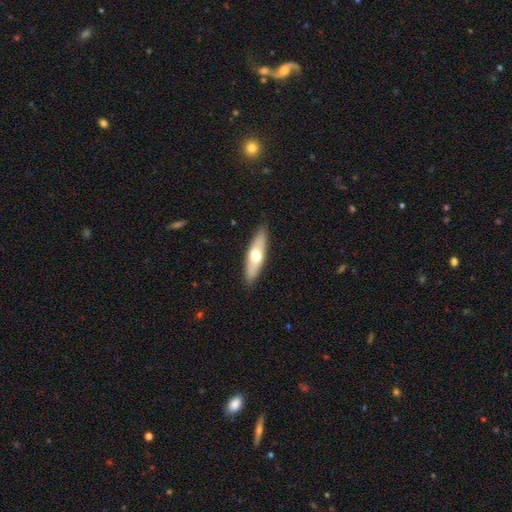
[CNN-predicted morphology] Smooth or featured? smooth (55%)
How rounded? cigar-shaped (62%)
Merging? none (88%)